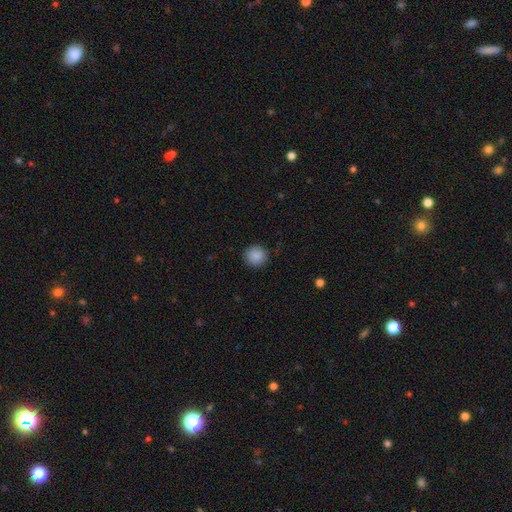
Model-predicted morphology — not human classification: A smooth galaxy with no disk features (89%) that is round (93%).

Vote fractions:
- Smooth or featured? smooth: 89% / star or artifact: 9% / featured or disk: 3%
- How rounded? round: 93% / in between: 6% / cigar-shaped: 1%
- Merging? none: 91% / minor disturbance: 6% / major disturbance: 2% / merger: 1%